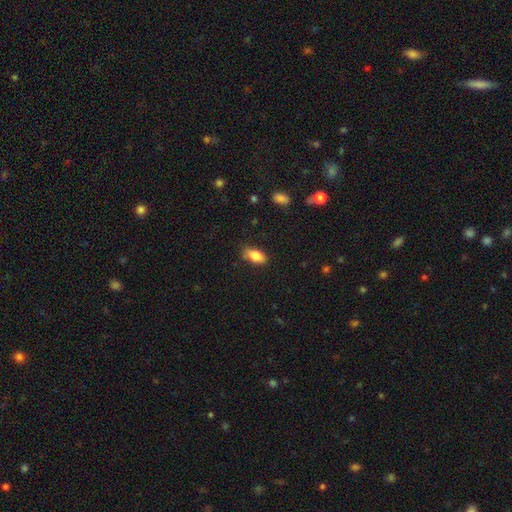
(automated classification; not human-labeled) A smooth galaxy with no disk features (81%) that is in between round and cigar-shaped (88%). Merging: none (73%).